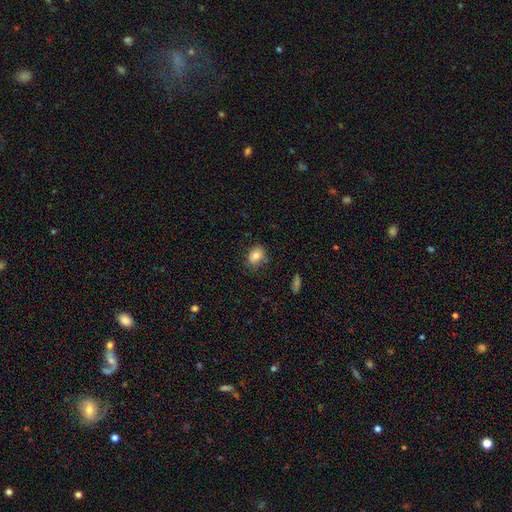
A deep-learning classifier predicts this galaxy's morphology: A smooth galaxy with no disk features (79%) that is in between round and cigar-shaped (54%).

Vote fractions:
- Smooth or featured? smooth: 79% / featured or disk: 11% / star or artifact: 10%
- How rounded? in between: 54% / round: 45% / cigar-shaped: 1%
- Merging? none: 75% / minor disturbance: 19% / major disturbance: 4% / merger: 2%